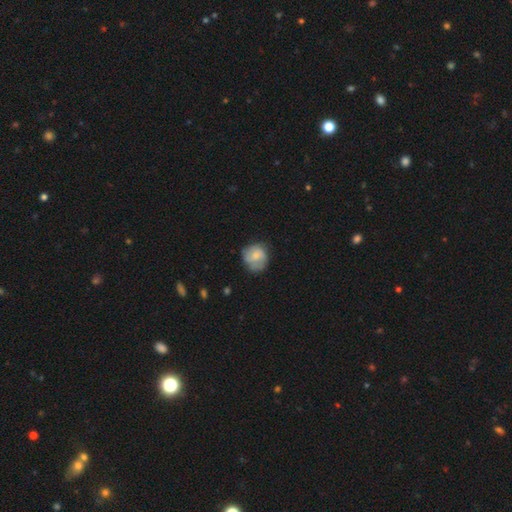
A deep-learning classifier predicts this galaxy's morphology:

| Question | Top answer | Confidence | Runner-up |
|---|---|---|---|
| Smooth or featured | smooth | 61% | featured or disk (32%) |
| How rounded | round | 81% | in between (18%) |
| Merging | none | 63% | minor disturbance (26%) |